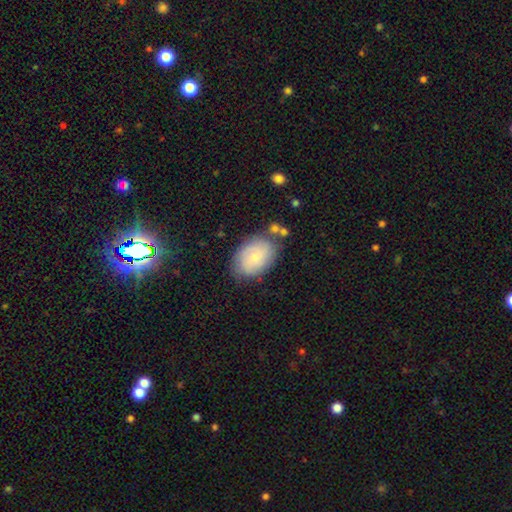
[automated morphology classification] This is likely a smooth galaxy (62%). How rounded: clearly in between (82%). Merging: likely none (71%).